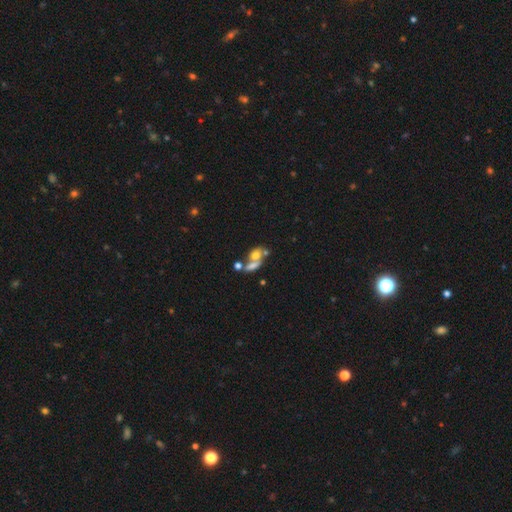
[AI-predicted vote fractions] Smooth or featured? smooth (59%)
How rounded? in between (62%)
Merging? merger (57%)